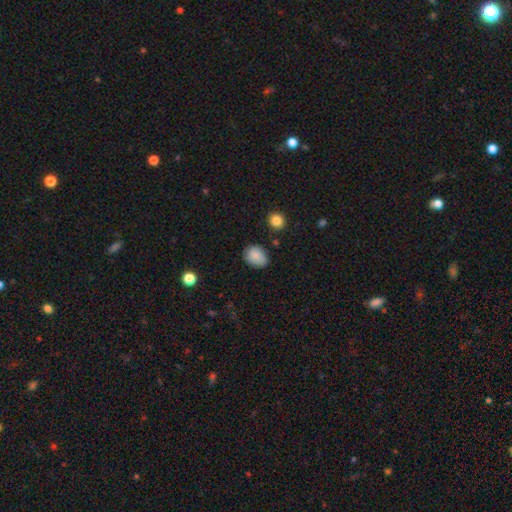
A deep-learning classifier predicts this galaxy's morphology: Smooth or featured: smooth — 85% (star or artifact — 8%)
How rounded: in between — 64% (round — 35%)
Merging: none — 73% (minor disturbance — 21%)